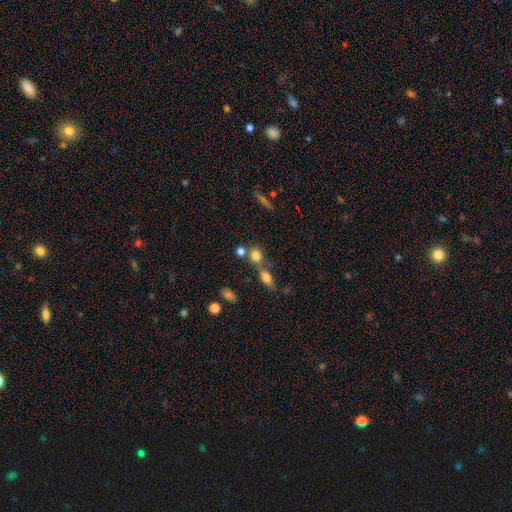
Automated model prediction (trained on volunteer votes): This appears to be a smooth galaxy with no disk features (77%) that is round (78%). Merging: none (45%).